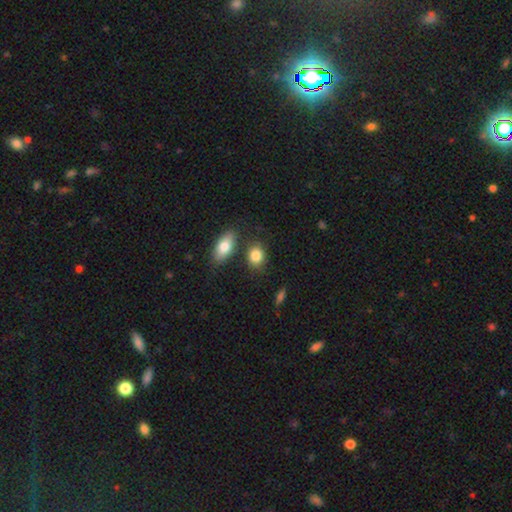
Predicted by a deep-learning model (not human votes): Smooth or featured? smooth (84%)
How rounded? in between (58%)
Merging? none (71%)